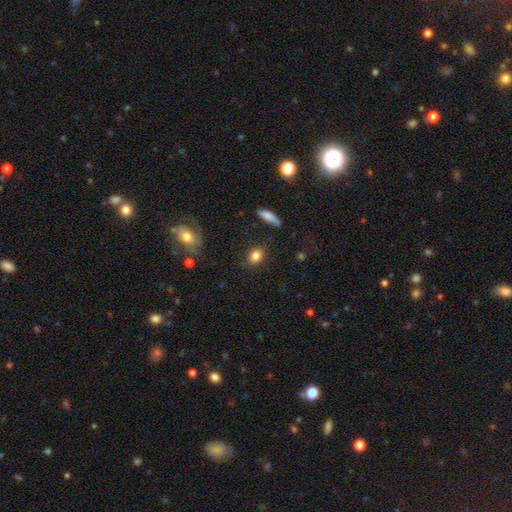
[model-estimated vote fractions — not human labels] smooth 83%, star or artifact 9%, featured or disk 7%. Down the decision tree: how rounded — in between (55%); merging — none (81%).